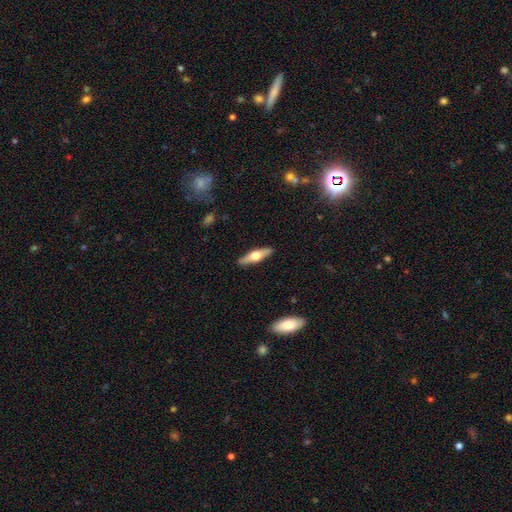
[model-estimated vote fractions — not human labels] featured or disk 53%, smooth 42%, star or artifact 5%. Down the decision tree: edge-on disk — yes (92%); merging — none (90%).